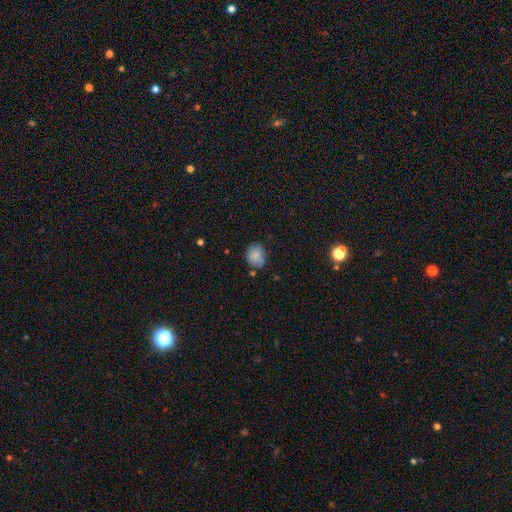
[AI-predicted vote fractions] Smooth or featured: smooth — 80% (featured or disk — 11%)
How rounded: round — 50% (in between — 49%)
Merging: none — 61% (minor disturbance — 28%)